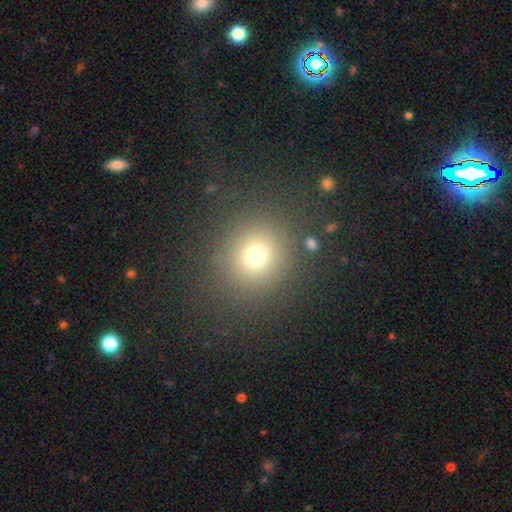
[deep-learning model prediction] Morphology: type=smooth (70%); roundness=round (89%); merging=none (85%).